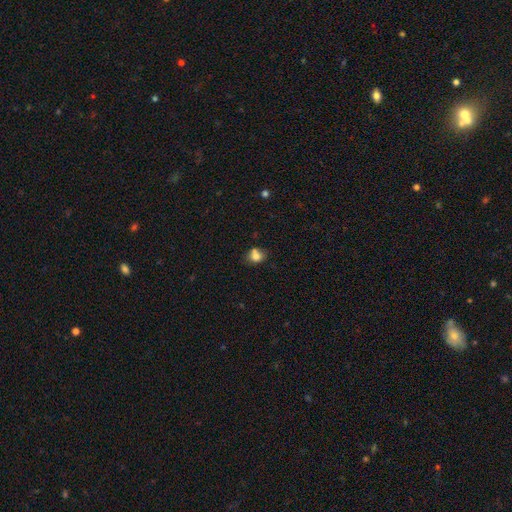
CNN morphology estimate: This is likely a smooth galaxy (75%). How rounded: possibly round (58%). Merging: possibly none (50%).